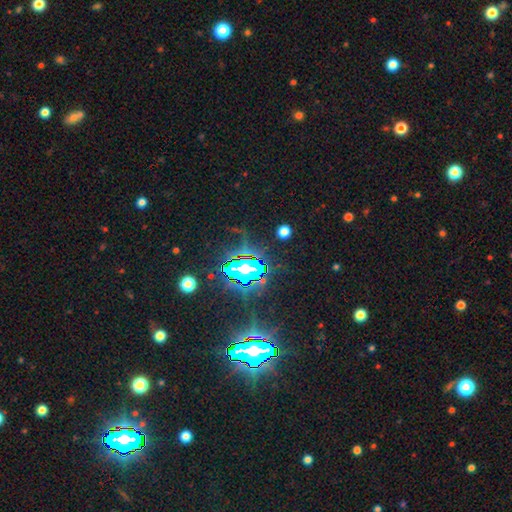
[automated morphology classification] smooth-or-featured: star or artifact: 84% | smooth: 9% | featured or disk: 7%